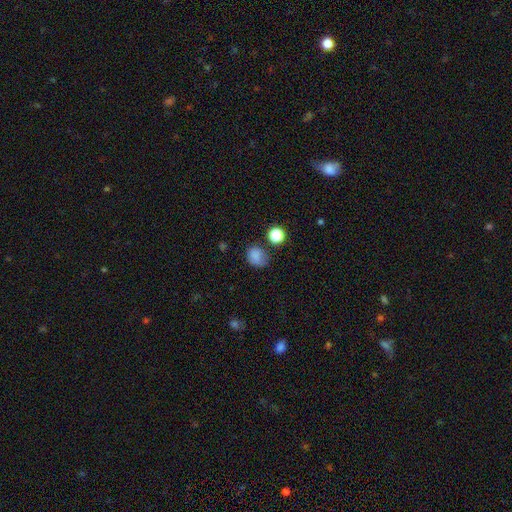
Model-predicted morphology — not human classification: Smooth or featured? Predicted: smooth (p=0.79). How rounded? Predicted: round (p=0.62). Merging? Predicted: none (p=0.62).